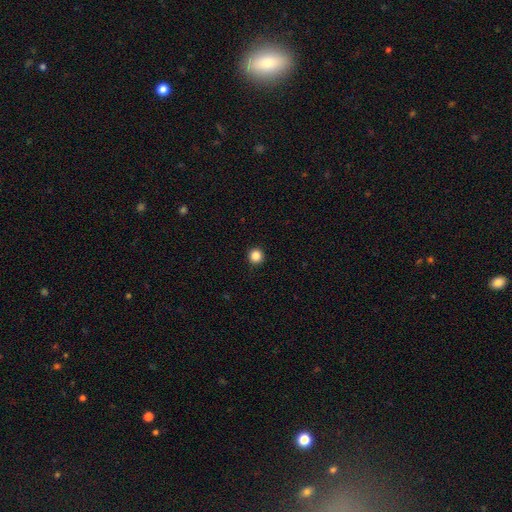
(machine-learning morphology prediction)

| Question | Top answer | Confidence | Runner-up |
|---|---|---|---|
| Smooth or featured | smooth | 85% | star or artifact (11%) |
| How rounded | round | 96% | in between (3%) |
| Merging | none | 93% | minor disturbance (4%) |